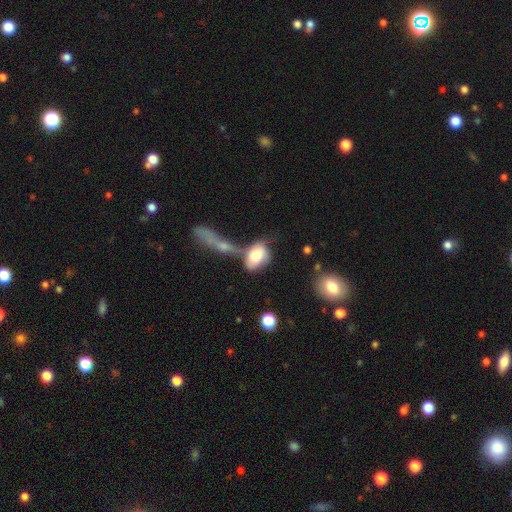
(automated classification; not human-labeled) This appears to be a smooth galaxy with no disk features (68%) that is in between round and cigar-shaped (82%). Merging: merger (43%).